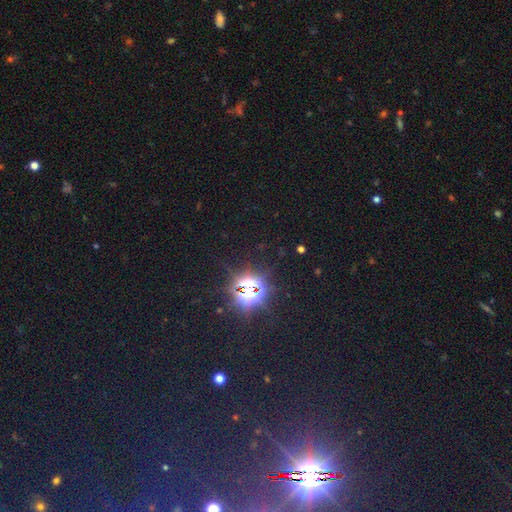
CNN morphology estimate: smooth_or_featured: star or artifact (p=0.71) [alt: smooth p=0.23]